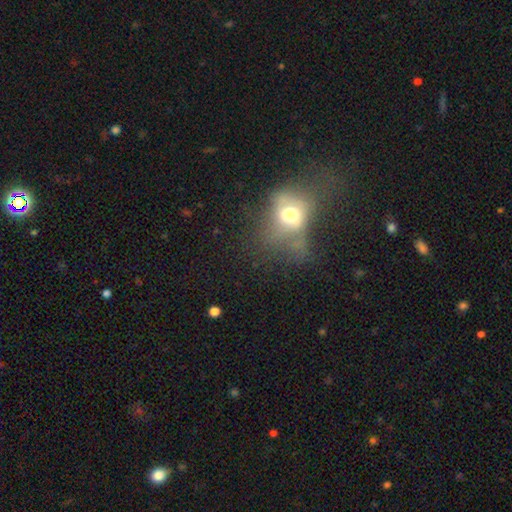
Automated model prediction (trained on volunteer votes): Smooth or featured? Predicted: smooth (p=0.43). Merging? Predicted: major disturbance (p=0.38).